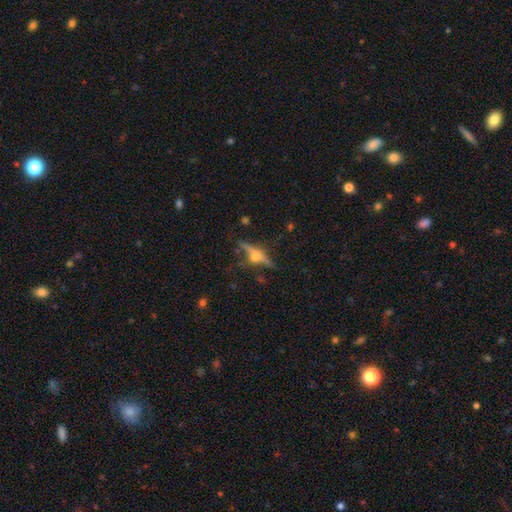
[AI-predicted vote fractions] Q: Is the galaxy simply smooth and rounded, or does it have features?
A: featured or disk — 71%.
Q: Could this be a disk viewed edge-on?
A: yes — 93%.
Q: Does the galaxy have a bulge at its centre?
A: rounded — 93%.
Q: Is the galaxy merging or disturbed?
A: none — 78%.